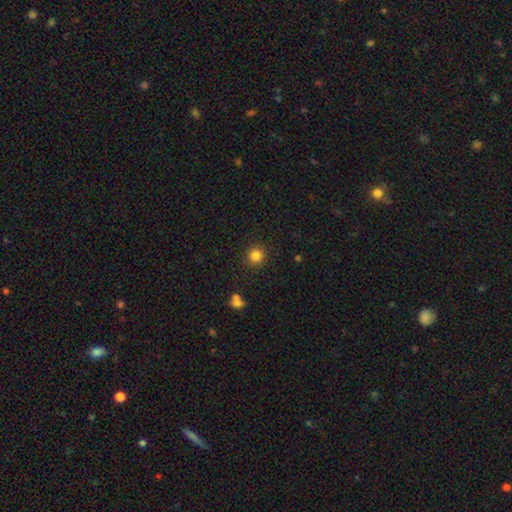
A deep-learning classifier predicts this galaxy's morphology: smooth-or-featured: smooth: 83% | star or artifact: 12% | featured or disk: 5%
  how-rounded: round: 93% | in between: 6% | cigar-shaped: 1%
  merging: none: 89% | minor disturbance: 7% | major disturbance: 2% | merger: 2%